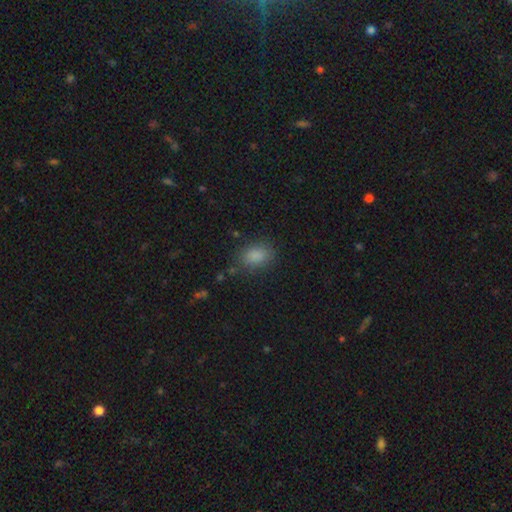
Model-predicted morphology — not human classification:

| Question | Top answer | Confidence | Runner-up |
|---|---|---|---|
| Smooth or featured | smooth | 85% | star or artifact (10%) |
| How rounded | in between | 75% | round (23%) |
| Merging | none | 78% | minor disturbance (15%) |